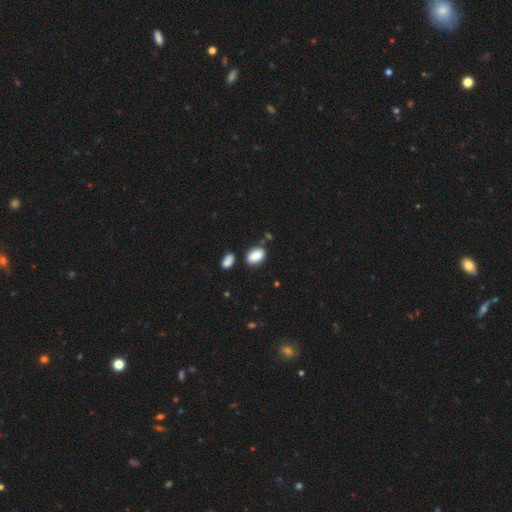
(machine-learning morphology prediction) A smooth galaxy with no disk features (88%) that is in between round and cigar-shaped (89%). Merging: none (74%).